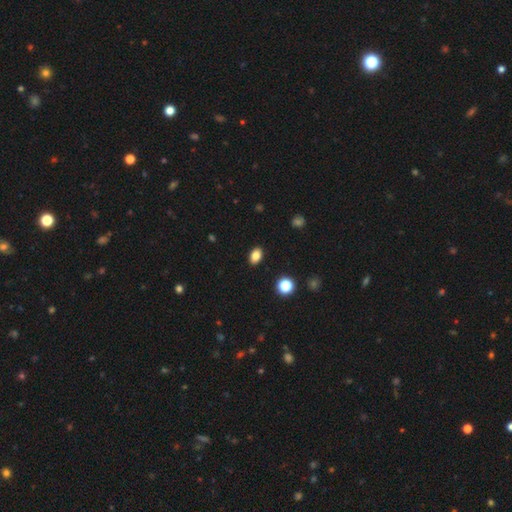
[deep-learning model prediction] A smooth galaxy with no disk features (83%) that is in between round and cigar-shaped (80%).

Vote fractions:
- Smooth or featured? smooth: 83% / star or artifact: 11% / featured or disk: 6%
- How rounded? in between: 80% / round: 18% / cigar-shaped: 1%
- Merging? none: 89% / minor disturbance: 8% / major disturbance: 2% / merger: 1%